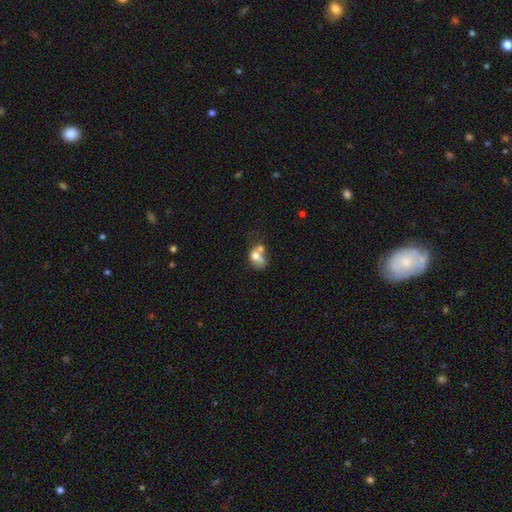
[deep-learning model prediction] Morphology: type=smooth (62%); roundness=in between (64%); merging=merger (60%).